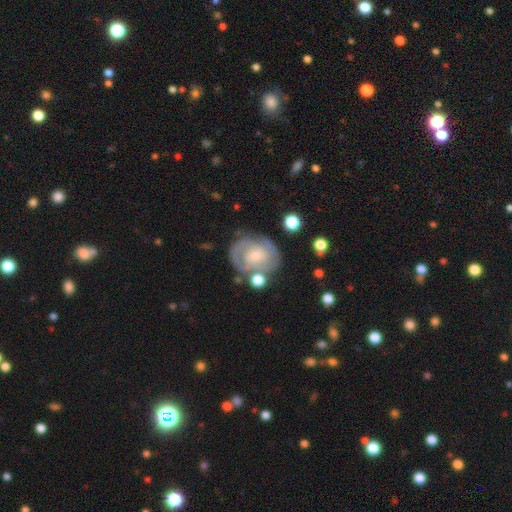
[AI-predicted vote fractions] A featured or disk galaxy (76%) with no bar (72%), 2 (44%) tight (63%) spiral arms (84%) and a small central bulge (66%). Merging: none (65%).